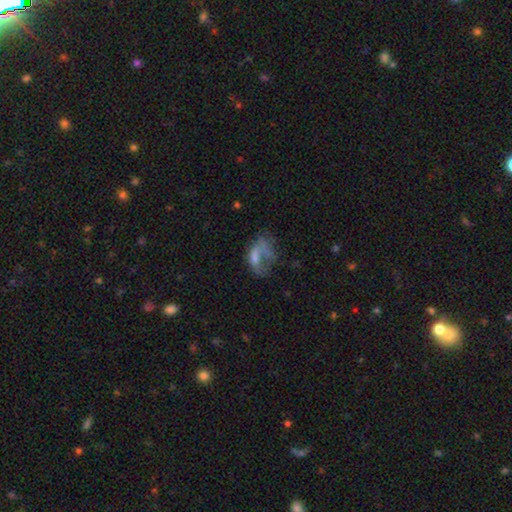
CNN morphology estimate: Smooth or featured: smooth — 43% (featured or disk — 42%)
Merging: major disturbance — 49% (none — 25%)